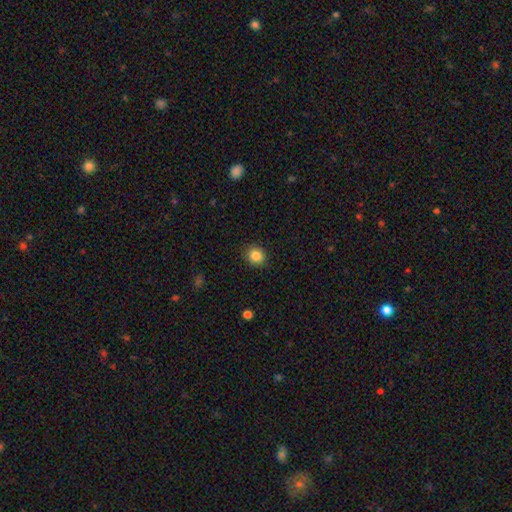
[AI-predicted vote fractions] Smooth or featured: smooth — 86% (star or artifact — 10%)
How rounded: round — 82% (in between — 17%)
Merging: none — 89% (minor disturbance — 7%)